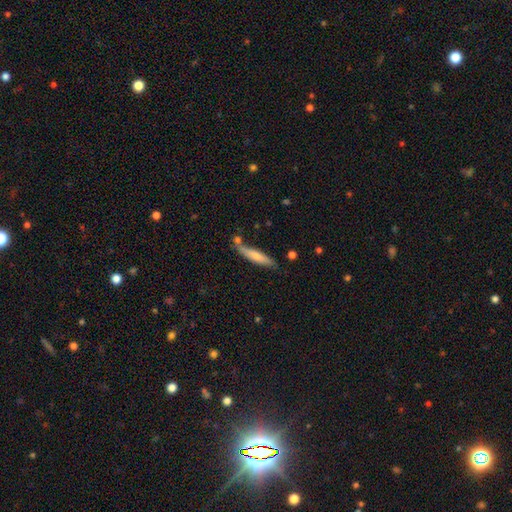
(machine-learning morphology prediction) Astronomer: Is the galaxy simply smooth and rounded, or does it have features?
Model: smooth — 67%.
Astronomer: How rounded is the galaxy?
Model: cigar-shaped — 86%.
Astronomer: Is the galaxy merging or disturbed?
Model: none — 68%.